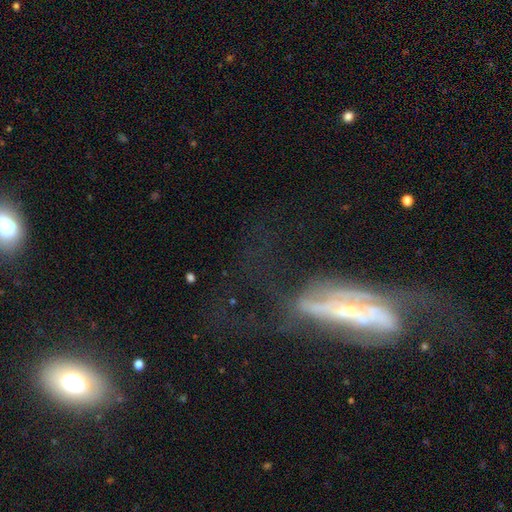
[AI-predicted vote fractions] Smooth or featured? Predicted: featured or disk (p=0.75). Edge-on disk? Predicted: no (p=0.70). Bar? Predicted: strong (p=0.44). Spiral arms? Predicted: yes (p=0.74). Bulge size? Predicted: small (p=0.60). Merging? Predicted: none (p=0.39).